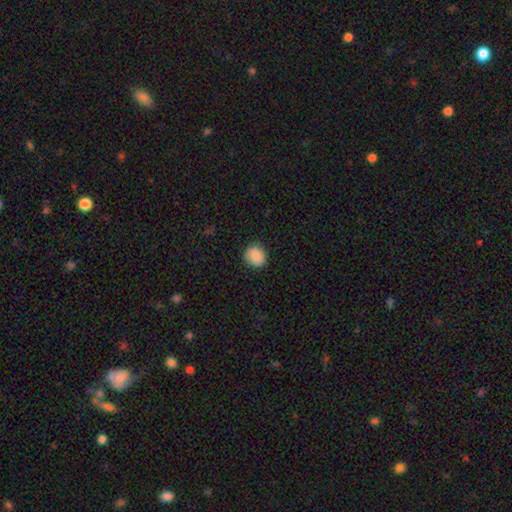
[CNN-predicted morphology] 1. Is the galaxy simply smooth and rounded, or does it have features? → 88% smooth, 8% star or artifact, 4% featured or disk.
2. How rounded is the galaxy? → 75% round, 24% in between, 1% cigar-shaped.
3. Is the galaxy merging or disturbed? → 86% none, 11% minor disturbance, 3% major disturbance, 1% merger.